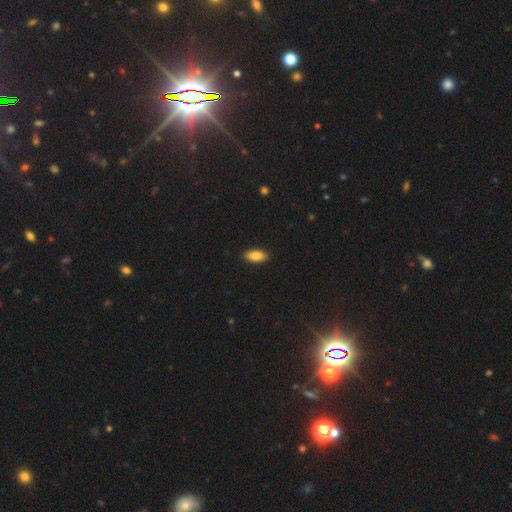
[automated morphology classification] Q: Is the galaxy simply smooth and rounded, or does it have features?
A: smooth — 85%.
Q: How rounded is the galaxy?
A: in between — 84%.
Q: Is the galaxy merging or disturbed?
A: none — 90%.